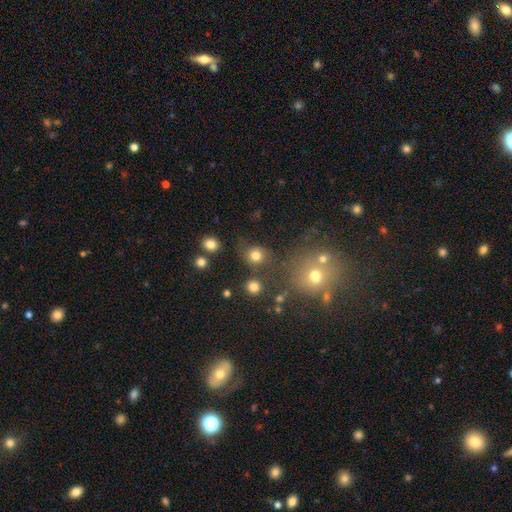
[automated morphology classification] Q: Smooth or featured?
A: smooth (79%); runner-up: star or artifact (14%)
Q: How rounded?
A: round (86%); runner-up: in between (13%)
Q: Merging?
A: none (72%); runner-up: minor disturbance (13%)